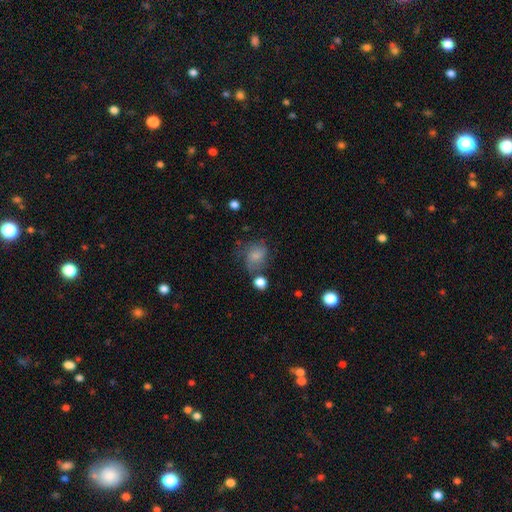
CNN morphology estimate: A smooth galaxy with no disk features (68%) that is round (52%).

Vote fractions:
- Smooth or featured? smooth: 68% / featured or disk: 22% / star or artifact: 10%
- How rounded? round: 52% / in between: 47% / cigar-shaped: 1%
- Merging? none: 50% / minor disturbance: 26% / major disturbance: 16% / merger: 7%